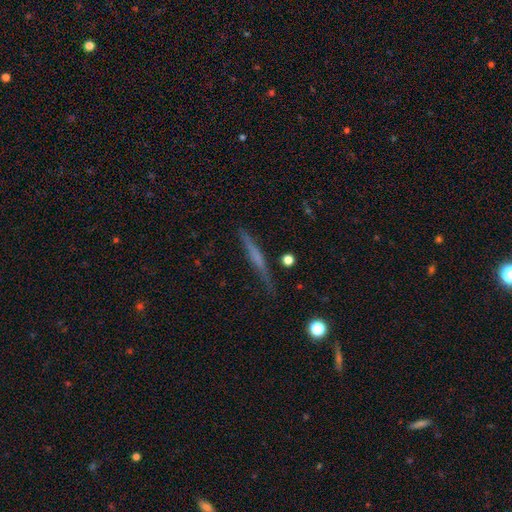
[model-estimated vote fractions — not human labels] A featured or disk galaxy (54%) viewed edge-on (96%) with no central bulge (67%).

Vote fractions:
- Smooth or featured? featured or disk: 54% / smooth: 38% / star or artifact: 8%
- Edge-on disk? yes: 96% / no: 4%
- Edge-on bulge? none: 67% / rounded: 22% / boxy: 11%
- Merging? none: 84% / minor disturbance: 11% / major disturbance: 3% / merger: 2%